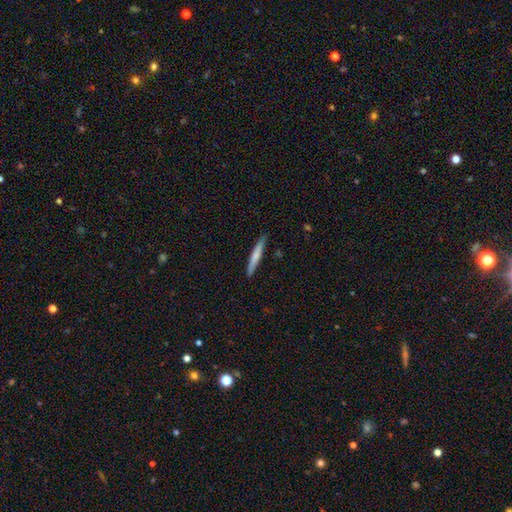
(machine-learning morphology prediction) The model was most divided on "smooth or featured": smooth: 68%, featured or disk: 27%, star or artifact: 5%. More confident: how rounded — cigar-shaped (95%); merging — none (88%).